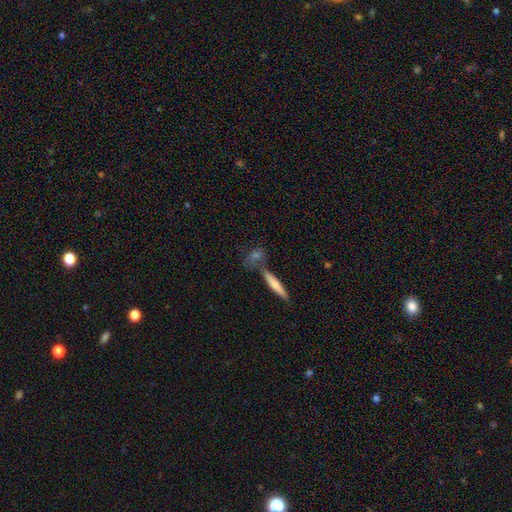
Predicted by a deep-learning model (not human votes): This appears to be a smooth galaxy with no disk features (47%). Merging: none (63%).